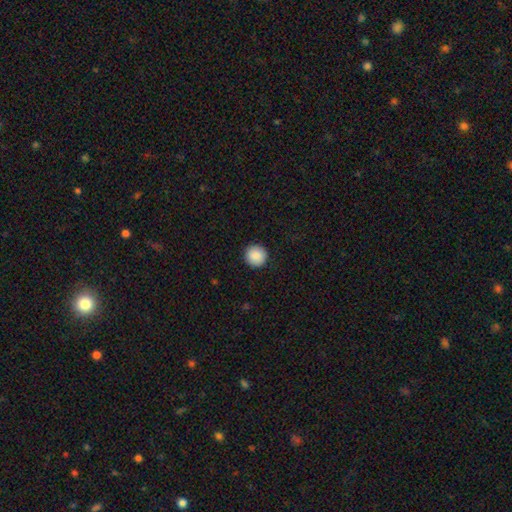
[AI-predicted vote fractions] This is clearly a smooth galaxy (89%). How rounded: clearly round (96%). Merging: clearly none (93%).